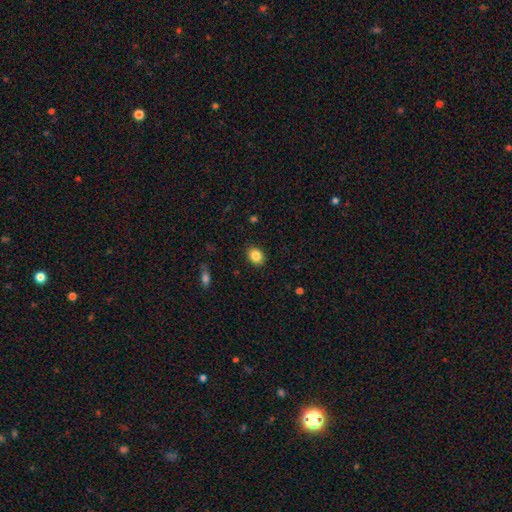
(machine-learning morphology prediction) Smooth or featured?
  - smooth: 86% *
  - star or artifact: 9%
  - featured or disk: 5%
How rounded?
  - in between: 56% *
  - round: 43%
  - cigar-shaped: 1%
Merging?
  - none: 89% *
  - minor disturbance: 7%
  - major disturbance: 2%
  - merger: 1%